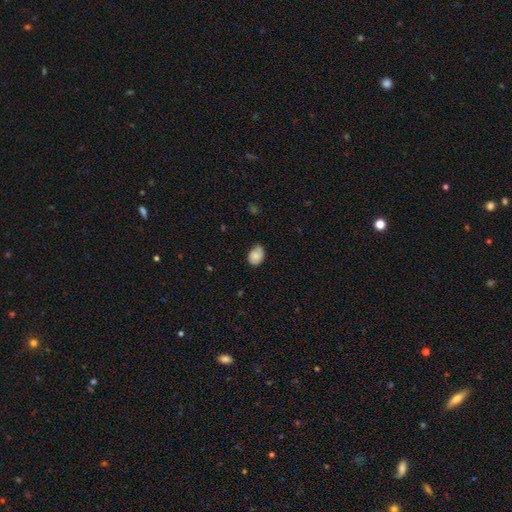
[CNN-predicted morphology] A smooth galaxy with no disk features (77%) that is in between round and cigar-shaped (71%).

Vote fractions:
- Smooth or featured? smooth: 77% / featured or disk: 15% / star or artifact: 8%
- How rounded? in between: 71% / round: 28% / cigar-shaped: 1%
- Merging? none: 65% / minor disturbance: 28% / major disturbance: 5% / merger: 1%